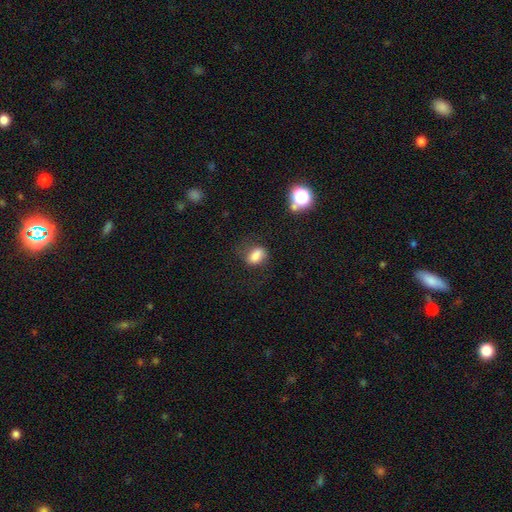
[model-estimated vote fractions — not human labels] A smooth galaxy with no disk features (76%) that is in between round and cigar-shaped (79%). Merging: none (62%).